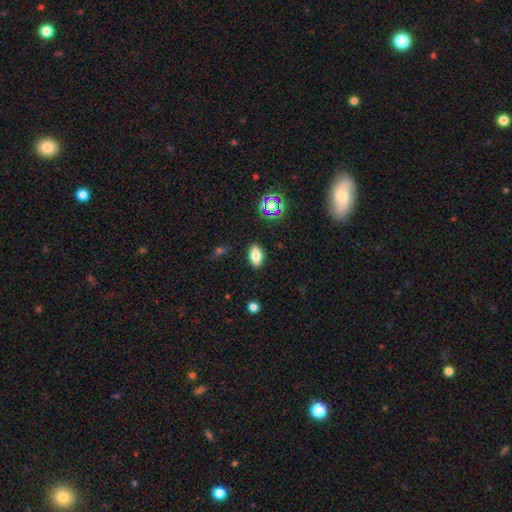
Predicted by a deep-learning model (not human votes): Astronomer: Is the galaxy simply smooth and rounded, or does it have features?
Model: smooth — 76%.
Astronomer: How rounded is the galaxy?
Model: in between — 88%.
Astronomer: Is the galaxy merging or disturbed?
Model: none — 87%.